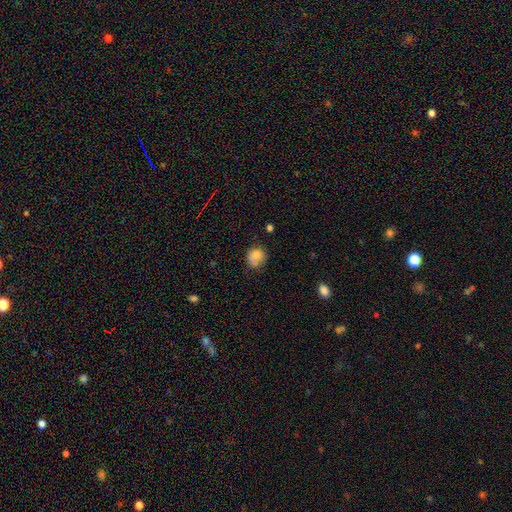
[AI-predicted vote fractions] smooth_or_featured: smooth (p=0.76) [alt: featured or disk p=0.13]
how_rounded: round (p=0.75) [alt: in between p=0.24]
merging: none (p=0.54) [alt: minor disturbance p=0.30]